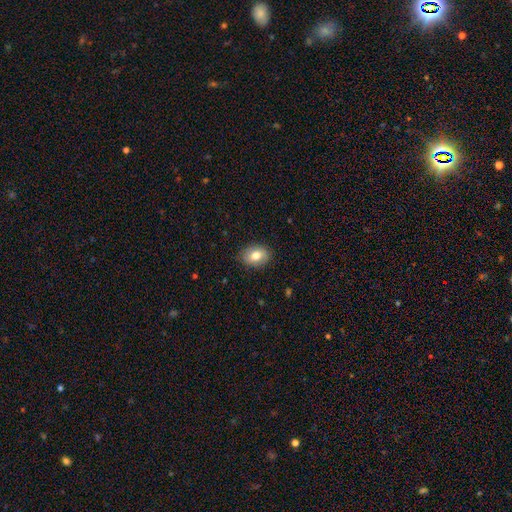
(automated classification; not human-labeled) smooth-or-featured: smooth: 79% | featured or disk: 14% | star or artifact: 8%
  how-rounded: in between: 74% | round: 25% | cigar-shaped: 1%
  merging: none: 87% | minor disturbance: 9% | major disturbance: 2% | merger: 1%